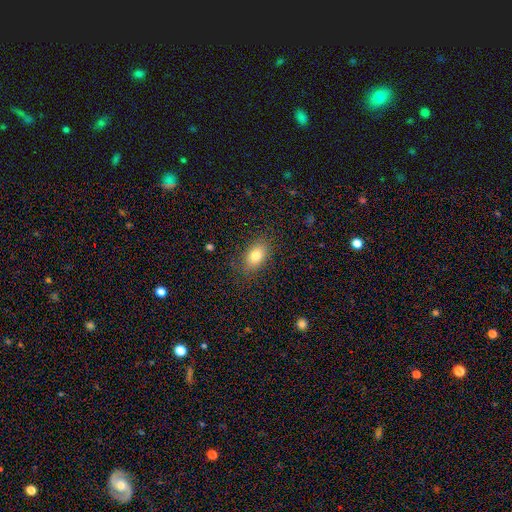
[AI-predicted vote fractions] This appears to be a smooth galaxy with no disk features (81%) that is in between round and cigar-shaped (86%). Merging: none (84%).